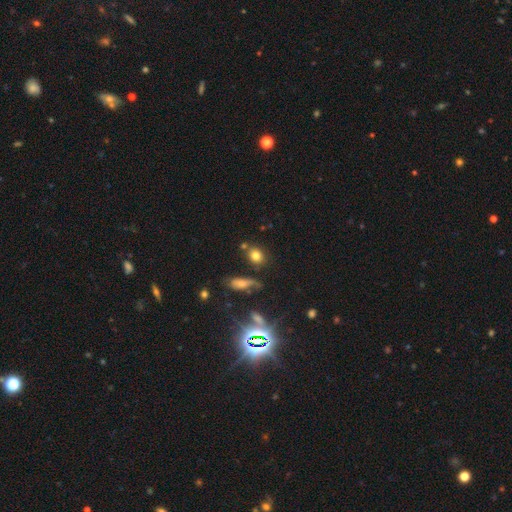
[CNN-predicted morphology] smooth-or-featured: smooth: 75% | star or artifact: 15% | featured or disk: 10%
  how-rounded: round: 59% | in between: 38% | cigar-shaped: 3%
  merging: none: 70% | minor disturbance: 14% | merger: 11% | major disturbance: 5%